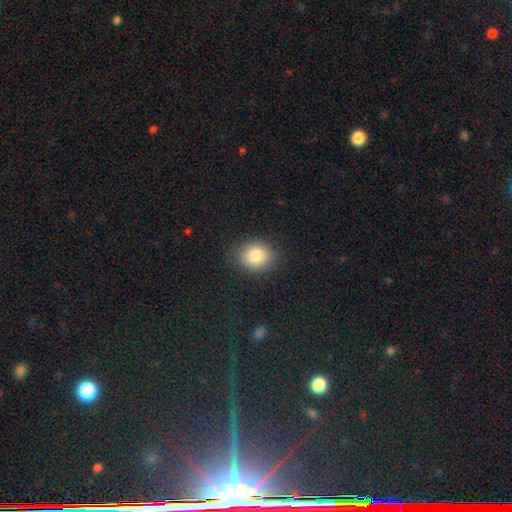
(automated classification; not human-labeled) smooth_or_featured: smooth (p=0.84) [alt: star or artifact p=0.10]
how_rounded: round (p=0.67) [alt: in between p=0.33]
merging: none (p=0.87) [alt: minor disturbance p=0.09]